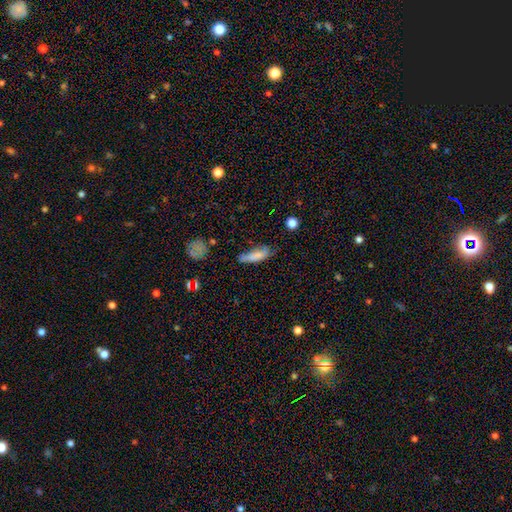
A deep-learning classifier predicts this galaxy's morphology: Smooth or featured: smooth — 77% (featured or disk — 15%)
How rounded: cigar-shaped — 52% (in between — 46%)
Merging: none — 45% (minor disturbance — 36%)